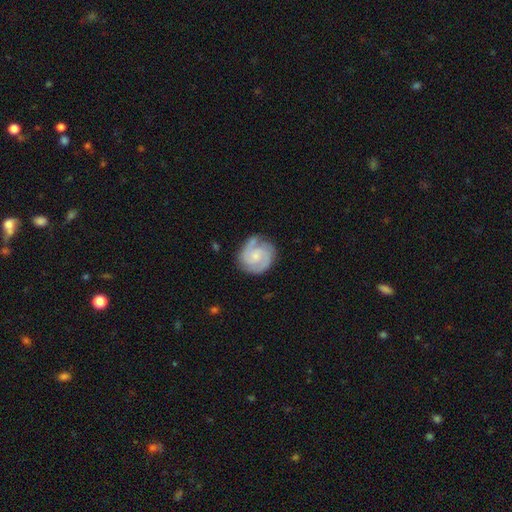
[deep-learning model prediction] A featured or disk galaxy (76%) with no bar (61%), 2 (49%) tight (50%) spiral arms (95%) and a small central bulge (55%). Merging: none (72%).